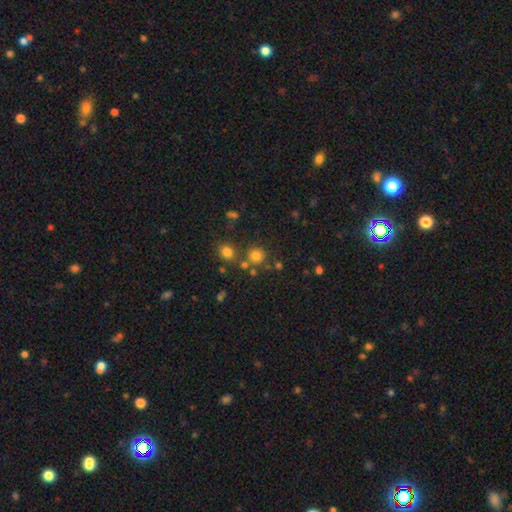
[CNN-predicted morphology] smooth 75%, star or artifact 17%, featured or disk 7%. Down the decision tree: how rounded — round (89%); merging — none (72%).